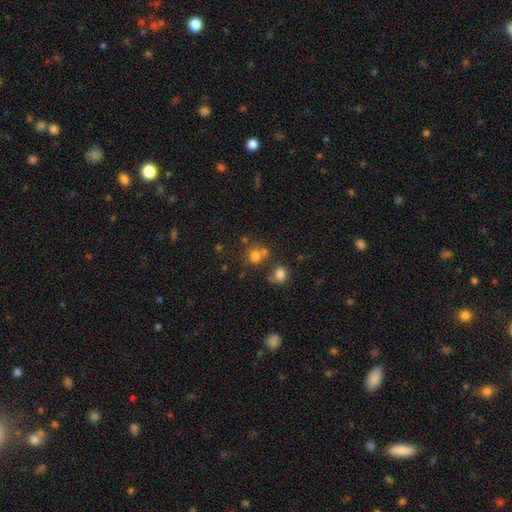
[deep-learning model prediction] Morphology: type=star or artifact (50%).